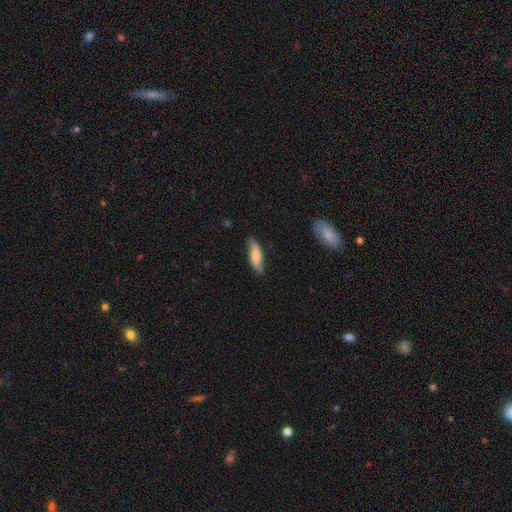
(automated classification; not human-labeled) The model was most divided on "how rounded": in between: 50%, cigar-shaped: 48%, round: 2%. More confident: merging — none (77%); smooth or featured — smooth (69%).